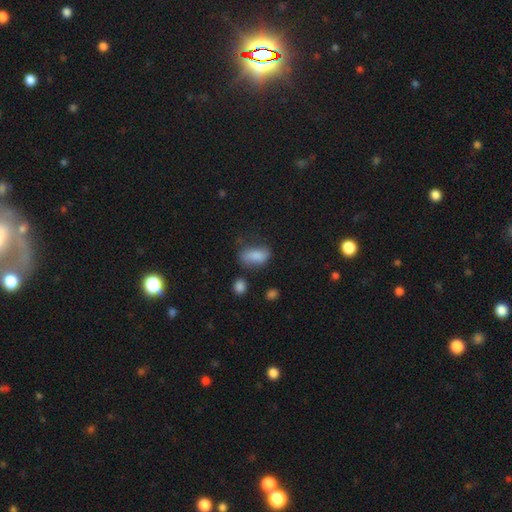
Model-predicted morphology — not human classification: The model was most divided on "merging": none: 48%, minor disturbance: 30%, major disturbance: 15%, merger: 7%. More confident: how rounded — in between (88%); smooth or featured — smooth (76%).